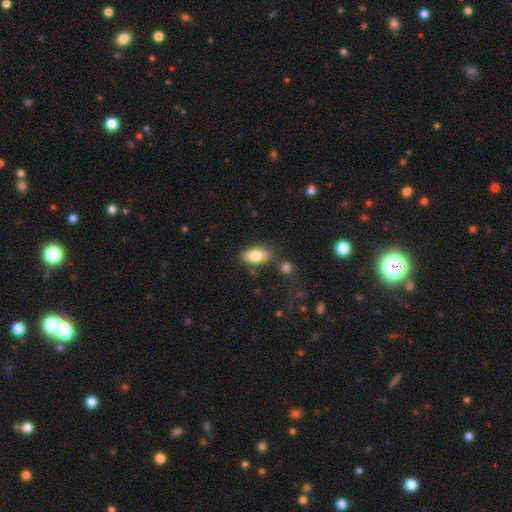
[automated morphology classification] Smooth or featured?
  - smooth: 76% *
  - featured or disk: 17%
  - star or artifact: 7%
How rounded?
  - in between: 89% *
  - cigar-shaped: 7%
  - round: 4%
Merging?
  - none: 73% *
  - minor disturbance: 15%
  - merger: 7%
  - major disturbance: 4%